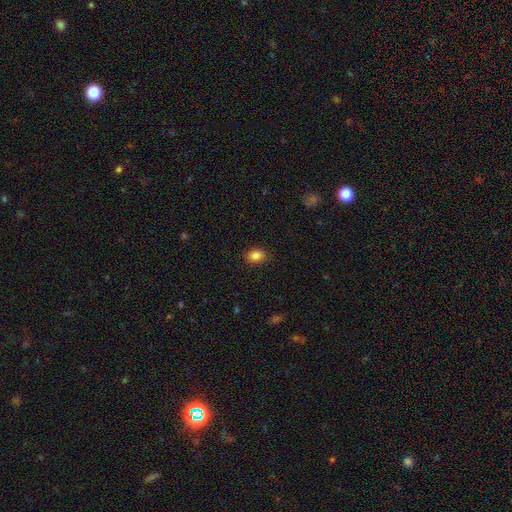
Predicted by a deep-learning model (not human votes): Smooth or featured? Predicted: smooth (p=0.86). How rounded? Predicted: in between (p=0.71). Merging? Predicted: none (p=0.88).